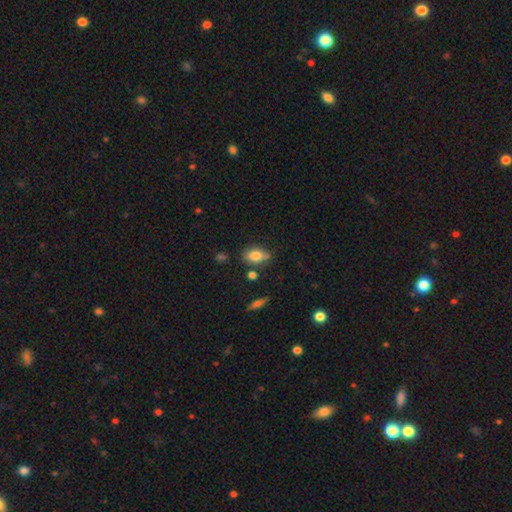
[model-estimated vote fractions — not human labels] Q: Smooth or featured?
A: smooth (80%); runner-up: featured or disk (12%)
Q: How rounded?
A: in between (86%); runner-up: round (10%)
Q: Merging?
A: none (66%); runner-up: minor disturbance (22%)